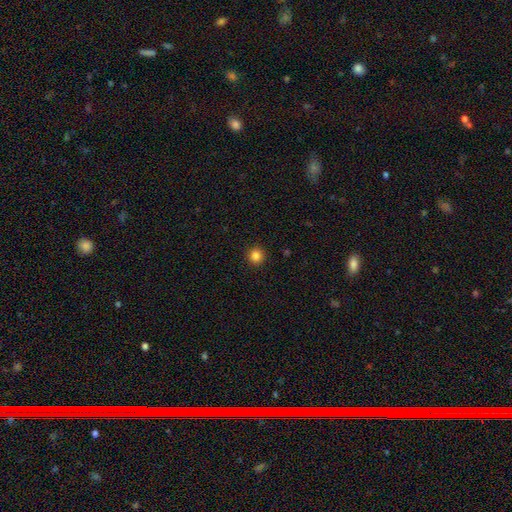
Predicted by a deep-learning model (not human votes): This is clearly a smooth galaxy (84%). How rounded: clearly round (94%). Merging: clearly none (93%).